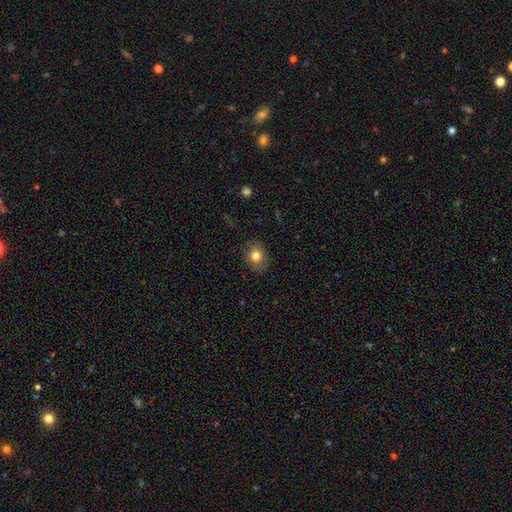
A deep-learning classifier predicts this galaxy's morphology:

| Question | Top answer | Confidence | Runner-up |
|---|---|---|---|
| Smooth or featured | smooth | 78% | featured or disk (13%) |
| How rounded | round | 54% | in between (45%) |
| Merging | none | 83% | minor disturbance (12%) |